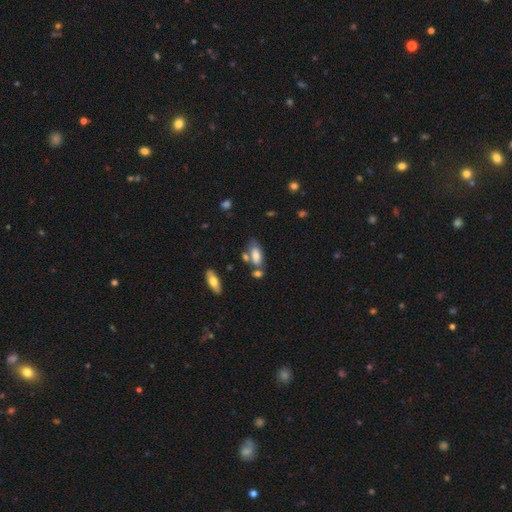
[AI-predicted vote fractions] smooth 75%, featured or disk 17%, star or artifact 8%. Down the decision tree: how rounded — in between (86%); merging — none (48%).